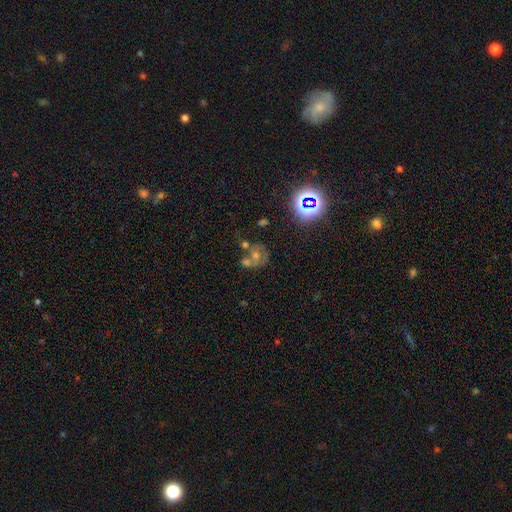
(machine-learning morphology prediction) This is marginally a star or artifact rather than a galaxy (36%).